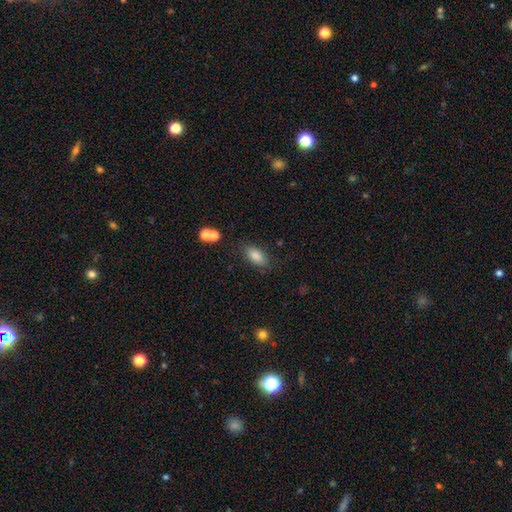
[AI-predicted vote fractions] Q: Smooth or featured?
A: smooth (85%); runner-up: star or artifact (9%)
Q: How rounded?
A: in between (89%); runner-up: cigar-shaped (5%)
Q: Merging?
A: none (78%); runner-up: minor disturbance (14%)